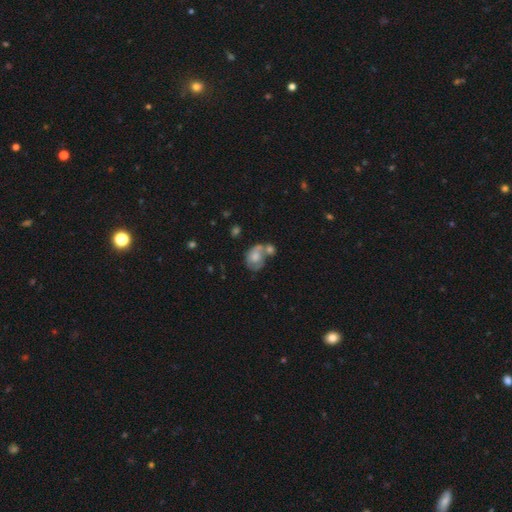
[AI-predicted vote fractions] Morphology: type=smooth (56%); roundness=in between (60%); merging=merger (45%).